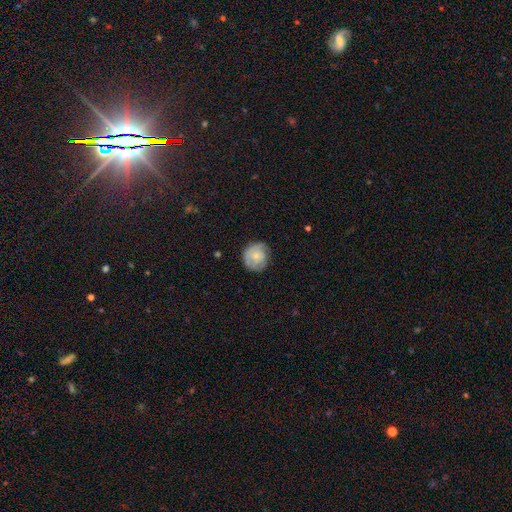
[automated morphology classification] Smooth or featured: smooth — 57% (featured or disk — 36%)
How rounded: round — 89% (in between — 10%)
Merging: none — 72% (minor disturbance — 21%)